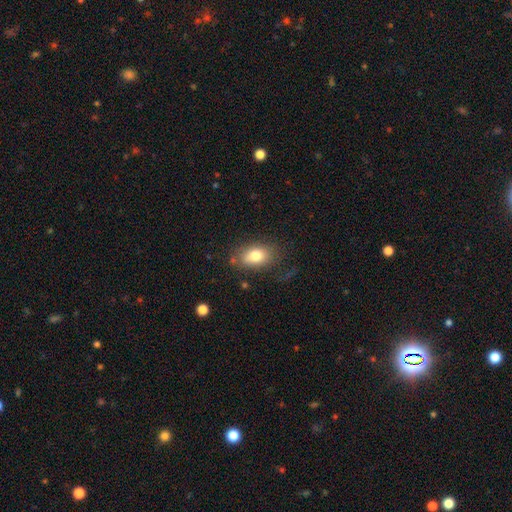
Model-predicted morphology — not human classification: smooth_or_featured: smooth (p=0.77) [alt: featured or disk p=0.14]
how_rounded: in between (p=0.84) [alt: round p=0.14]
merging: none (p=0.68) [alt: minor disturbance p=0.19]